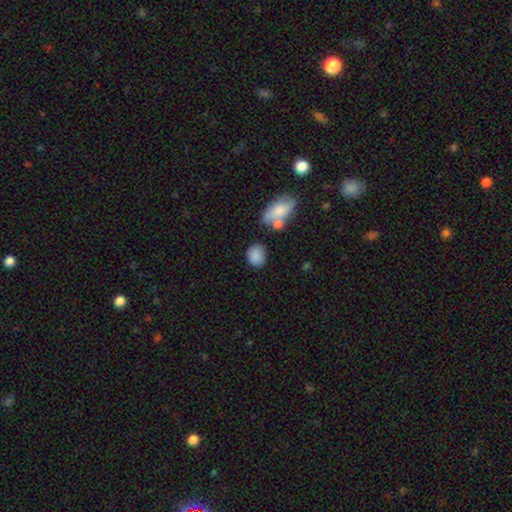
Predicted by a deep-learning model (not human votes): Smooth or featured? Predicted: smooth (p=0.86). How rounded? Predicted: round (p=0.53). Merging? Predicted: none (p=0.68).